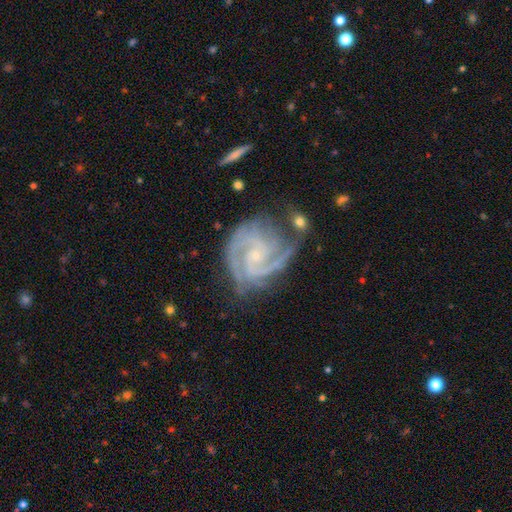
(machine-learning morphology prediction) Smooth or featured? featured or disk (92%)
Edge-on disk? no (98%)
Bar? no (61%)
Spiral arms? yes (99%)
Spiral winding? tight (58%)
Spiral arm count? 2 (45%)
Bulge size? small (82%)
Merging? none (61%)